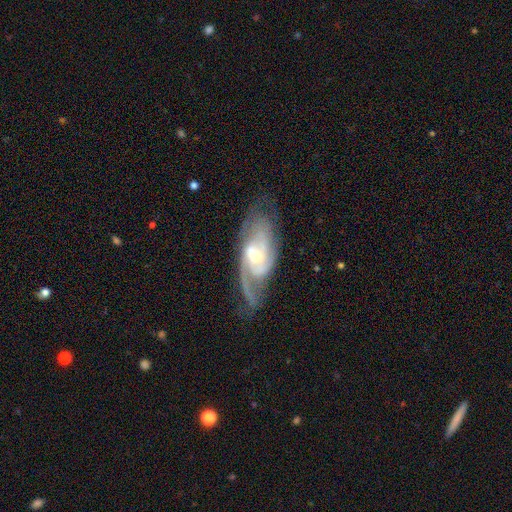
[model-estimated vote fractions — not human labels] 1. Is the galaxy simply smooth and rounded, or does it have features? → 87% featured or disk, 7% smooth, 5% star or artifact.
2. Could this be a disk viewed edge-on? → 93% no, 7% yes.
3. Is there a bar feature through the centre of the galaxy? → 45% weak, 41% no, 14% strong.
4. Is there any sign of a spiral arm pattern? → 97% yes, 3% no.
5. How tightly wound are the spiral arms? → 47% medium, 39% tight, 14% loose.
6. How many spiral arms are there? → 51% 2, 20% 3, 16% can't tell, 5% 1, 4% 4, 3% more than 4.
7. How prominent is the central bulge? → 50% moderate, 44% small, 4% large, 2% none, 1% dominant.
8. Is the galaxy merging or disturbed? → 67% none, 20% minor disturbance, 11% major disturbance, 2% merger.